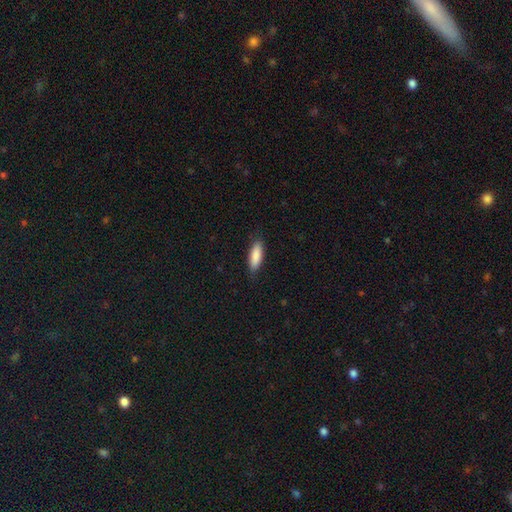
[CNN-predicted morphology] type=smooth (88%); roundness=in between (59%); merging=none (85%).